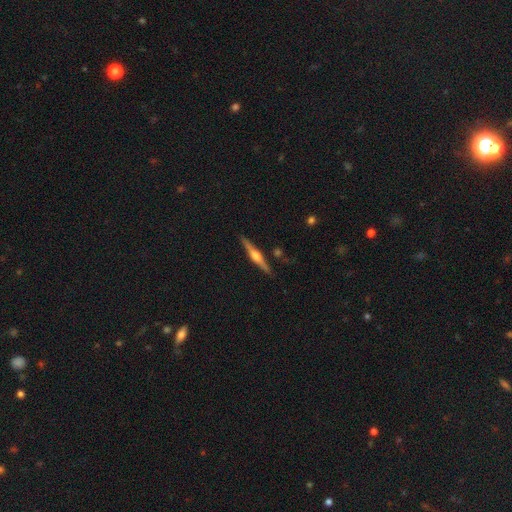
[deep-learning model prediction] A featured or disk galaxy (78%) viewed edge-on (98%) with a rounded central bulge (92%). Merging: none (89%).